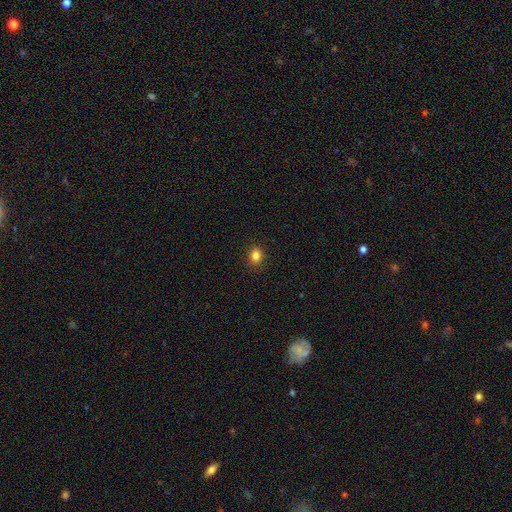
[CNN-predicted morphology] A smooth galaxy with no disk features (84%) that is round (62%). Merging: none (90%).